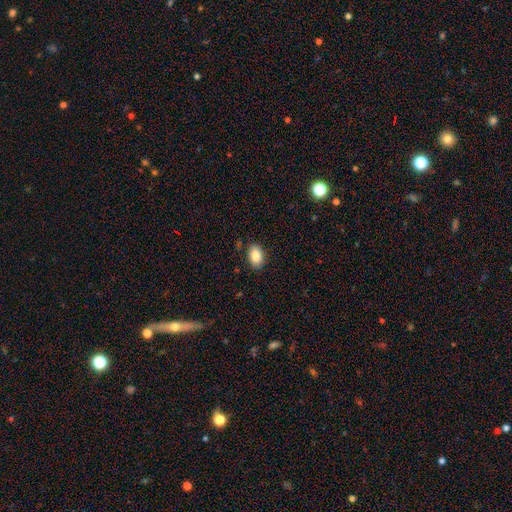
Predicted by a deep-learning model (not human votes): smooth-or-featured: smooth: 86% | star or artifact: 8% | featured or disk: 6%
  how-rounded: in between: 86% | round: 13% | cigar-shaped: 1%
  merging: none: 85% | minor disturbance: 11% | major disturbance: 2% | merger: 2%